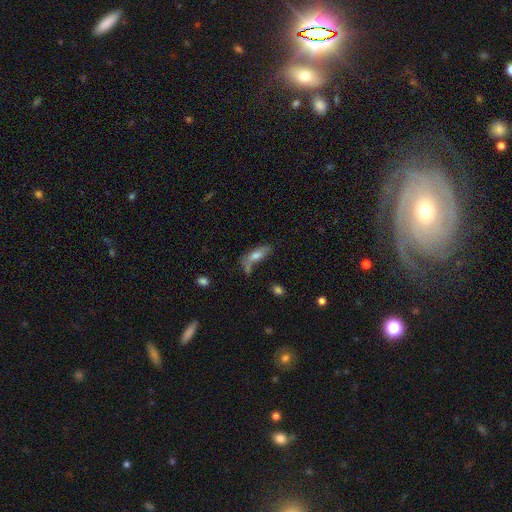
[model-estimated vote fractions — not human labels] Q: Smooth or featured?
A: smooth (62%); runner-up: featured or disk (28%)
Q: How rounded?
A: in between (52%); runner-up: cigar-shaped (45%)
Q: Merging?
A: none (51%); runner-up: minor disturbance (21%)